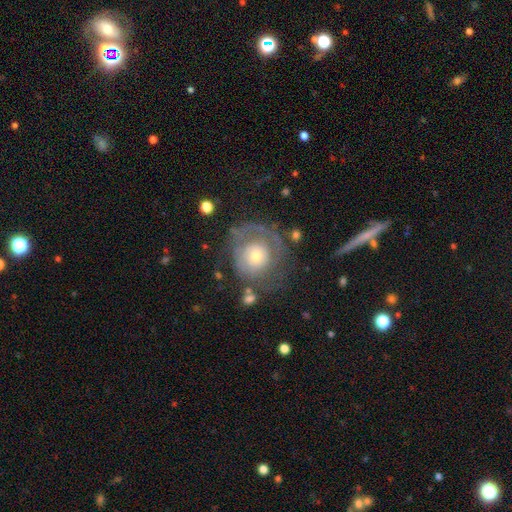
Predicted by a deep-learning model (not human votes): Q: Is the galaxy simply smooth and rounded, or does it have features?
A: featured or disk — 59%.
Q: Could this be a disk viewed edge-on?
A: no — 96%.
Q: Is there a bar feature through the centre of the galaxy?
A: no — 85%.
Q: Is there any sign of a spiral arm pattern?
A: yes — 61%.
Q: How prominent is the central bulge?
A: moderate — 49%.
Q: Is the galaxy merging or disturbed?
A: none — 57%.